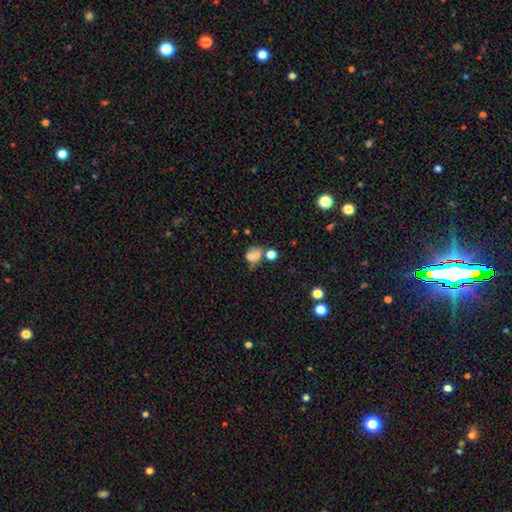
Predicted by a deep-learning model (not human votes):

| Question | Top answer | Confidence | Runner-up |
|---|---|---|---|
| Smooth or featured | smooth | 70% | featured or disk (15%) |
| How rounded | round | 53% | in between (46%) |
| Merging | none | 37% | merger (25%) |